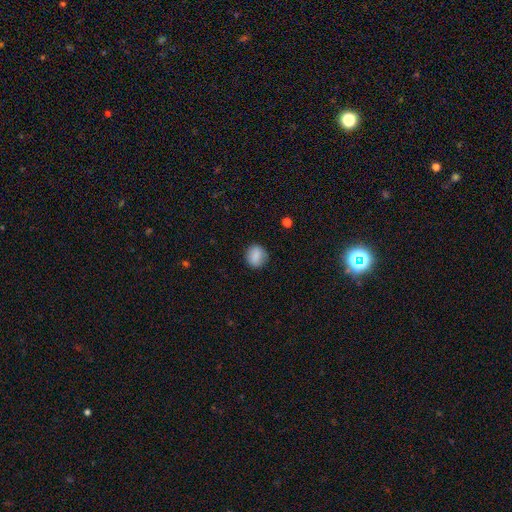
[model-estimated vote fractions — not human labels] smooth_or_featured: smooth (p=0.84) [alt: star or artifact p=0.08]
how_rounded: round (p=0.77) [alt: in between p=0.22]
merging: none (p=0.87) [alt: minor disturbance p=0.09]